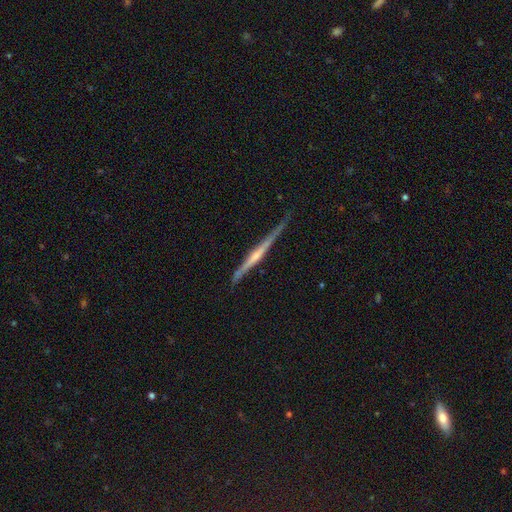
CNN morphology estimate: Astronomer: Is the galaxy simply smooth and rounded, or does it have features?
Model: featured or disk — 74%.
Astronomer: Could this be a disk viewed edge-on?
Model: yes — 97%.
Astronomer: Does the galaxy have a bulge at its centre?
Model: rounded — 44% (runner-up: none, 42%).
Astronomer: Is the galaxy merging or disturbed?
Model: none — 77%.